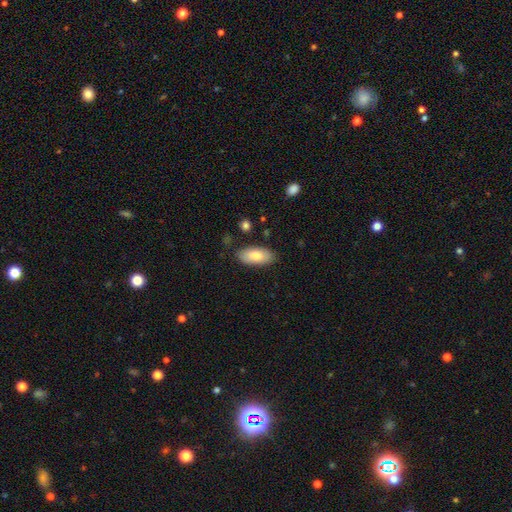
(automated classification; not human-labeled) Smooth or featured? smooth (82%)
How rounded? in between (92%)
Merging? none (83%)